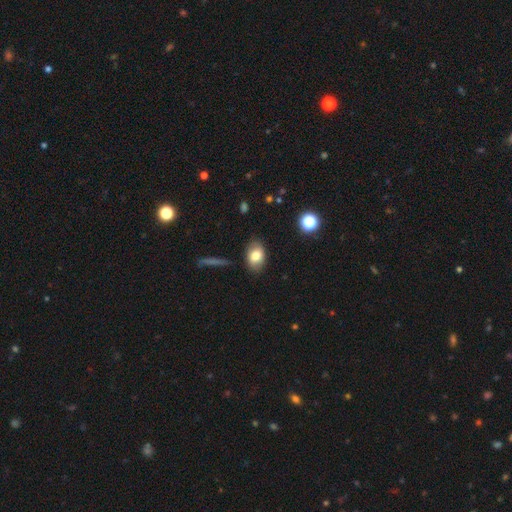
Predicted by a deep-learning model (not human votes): This appears to be a smooth galaxy with no disk features (77%) that is in between round and cigar-shaped (82%). Merging: none (81%).